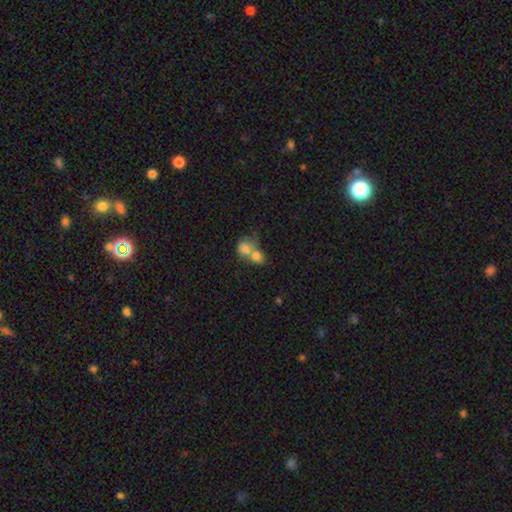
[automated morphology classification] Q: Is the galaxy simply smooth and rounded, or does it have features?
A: smooth — 78%.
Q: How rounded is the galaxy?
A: round — 61%.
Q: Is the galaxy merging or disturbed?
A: merger — 72%.